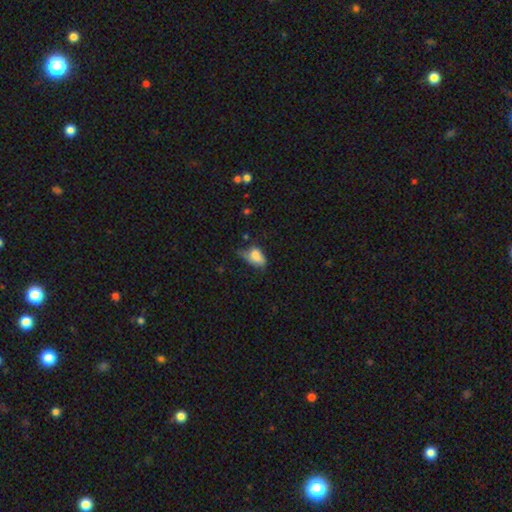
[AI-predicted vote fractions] Smooth or featured?
  - smooth: 74% *
  - featured or disk: 16%
  - star or artifact: 10%
How rounded?
  - in between: 86% *
  - round: 10%
  - cigar-shaped: 4%
Merging?
  - minor disturbance: 40% *
  - none: 29%
  - major disturbance: 23%
  - merger: 8%